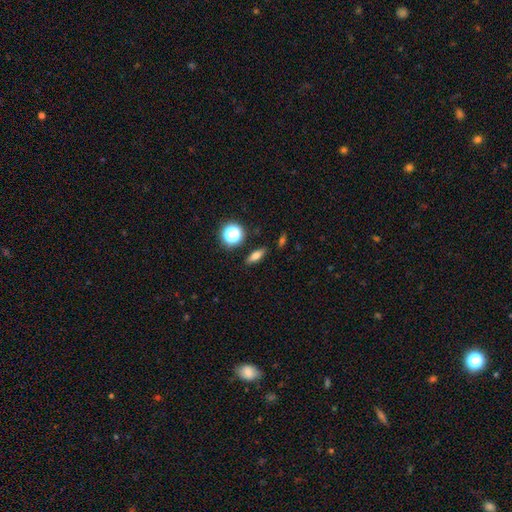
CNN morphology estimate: Q: Smooth or featured?
A: smooth (68%); runner-up: featured or disk (18%)
Q: How rounded?
A: in between (53%); runner-up: cigar-shaped (34%)
Q: Merging?
A: none (87%); runner-up: minor disturbance (8%)